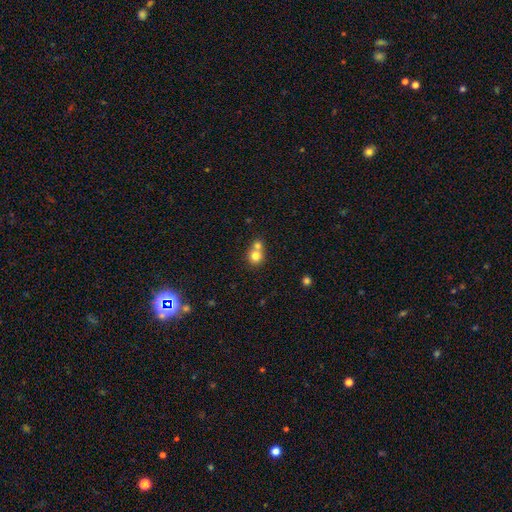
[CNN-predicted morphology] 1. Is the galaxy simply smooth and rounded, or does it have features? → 77% smooth, 12% featured or disk, 11% star or artifact.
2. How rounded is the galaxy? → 86% round, 13% in between, 1% cigar-shaped.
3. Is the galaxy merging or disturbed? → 54% merger, 38% none, 5% minor disturbance, 2% major disturbance.